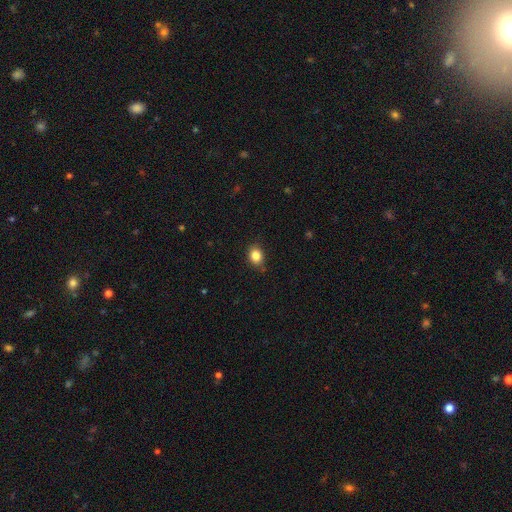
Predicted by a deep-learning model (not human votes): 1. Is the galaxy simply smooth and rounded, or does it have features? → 84% smooth, 10% star or artifact, 6% featured or disk.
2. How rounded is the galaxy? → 52% round, 47% in between, 1% cigar-shaped.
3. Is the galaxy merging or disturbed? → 81% none, 15% minor disturbance, 3% major disturbance, 1% merger.